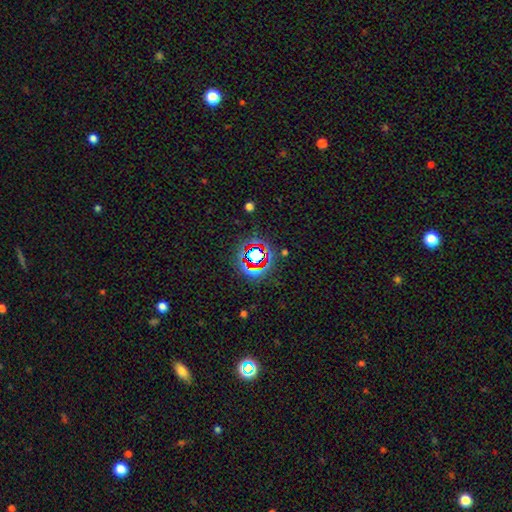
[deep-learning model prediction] star or artifact 66%, smooth 21%, featured or disk 13%.